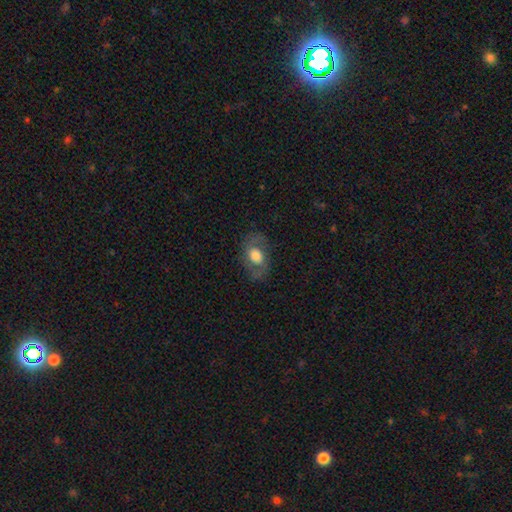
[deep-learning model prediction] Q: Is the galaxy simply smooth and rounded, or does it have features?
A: featured or disk — 50%.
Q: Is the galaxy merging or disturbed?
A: none — 72%.